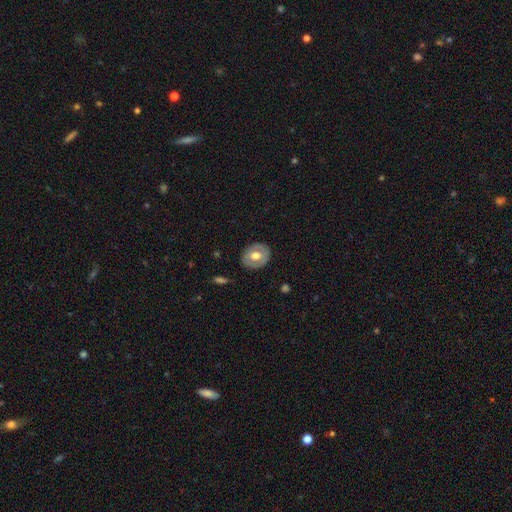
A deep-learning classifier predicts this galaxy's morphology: Q: Smooth or featured?
A: smooth (53%); runner-up: featured or disk (41%)
Q: How rounded?
A: round (54%); runner-up: in between (45%)
Q: Merging?
A: none (84%); runner-up: minor disturbance (11%)